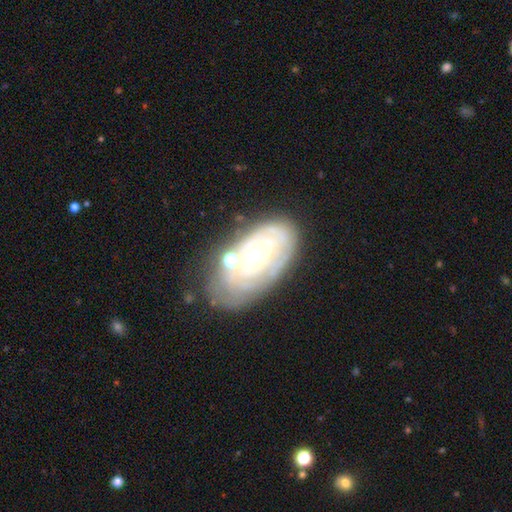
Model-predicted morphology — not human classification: Overall: featured or disk (73%). Edge-on disk: no (93%). Bar: no (70%). Spiral arms: yes (72%). Bulge size: moderate (51%; small 42%). Merging: none (63%).